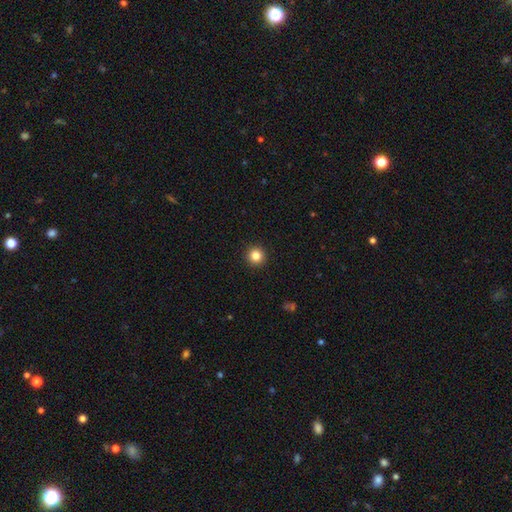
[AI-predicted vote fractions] Q: Smooth or featured?
A: smooth (83%); runner-up: star or artifact (12%)
Q: How rounded?
A: round (96%); runner-up: in between (4%)
Q: Merging?
A: none (94%); runner-up: minor disturbance (4%)